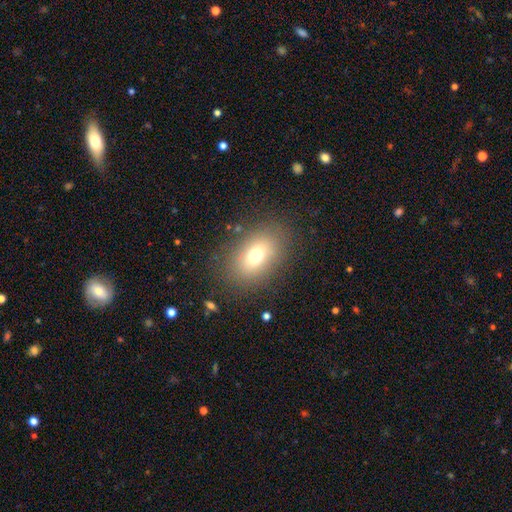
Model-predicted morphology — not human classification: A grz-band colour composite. It shows a smooth galaxy with no disk features (70%) that is in between round and cigar-shaped (78%). Merging: none (81%).